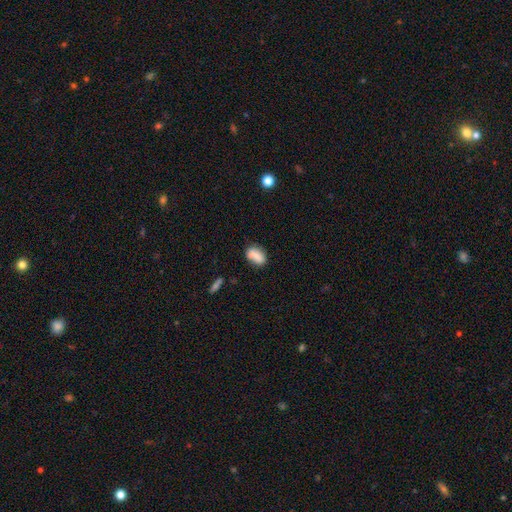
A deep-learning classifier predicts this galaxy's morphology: Smooth or featured? smooth (78%)
How rounded? in between (83%)
Merging? none (64%)